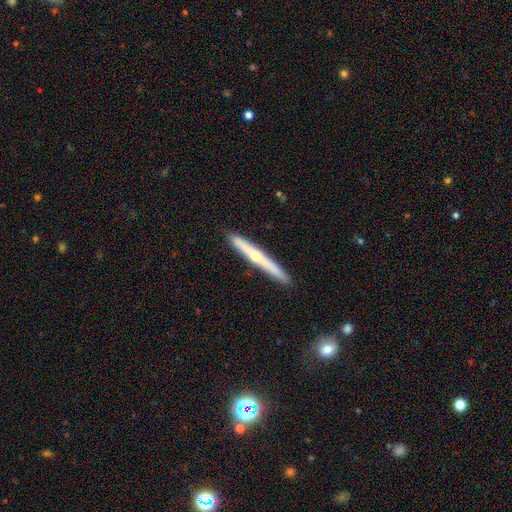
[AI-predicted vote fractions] Morphology: type=featured or disk (65%); edge-on=yes (97%); edge-on bulge=rounded (76%); merging=none (89%).